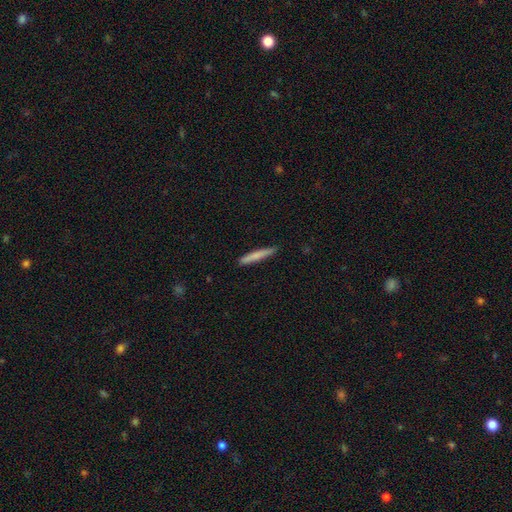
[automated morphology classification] smooth-or-featured: smooth: 76% | featured or disk: 19% | star or artifact: 6%
  how-rounded: cigar-shaped: 95% | in between: 4% | round: 1%
  merging: none: 86% | minor disturbance: 11% | major disturbance: 2% | merger: 1%